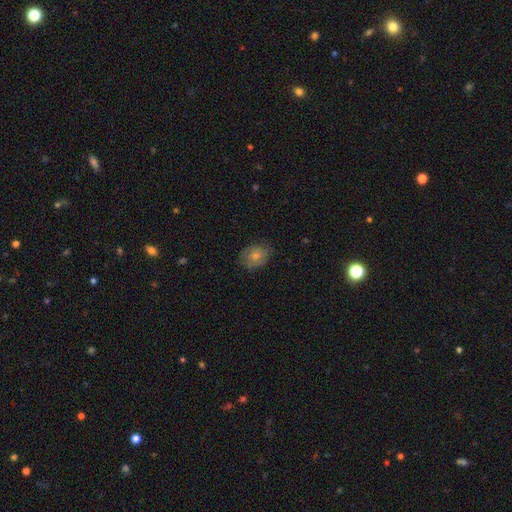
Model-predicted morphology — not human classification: A smooth galaxy with no disk features (53%) that is round (55%). Merging: none (80%).